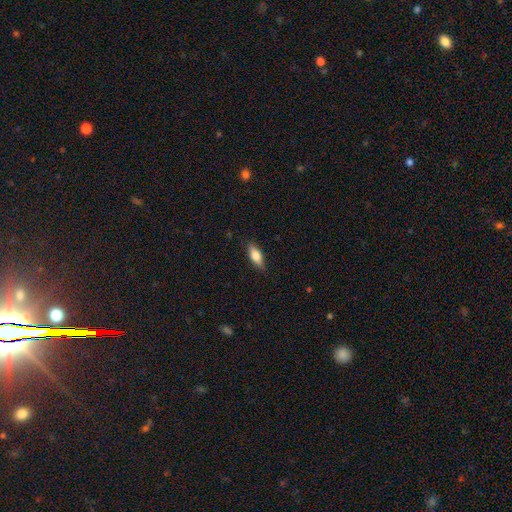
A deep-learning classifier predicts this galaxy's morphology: The model was most divided on "how rounded": in between: 74%, cigar-shaped: 24%, round: 3%. More confident: merging — none (84%); smooth or featured — smooth (77%).